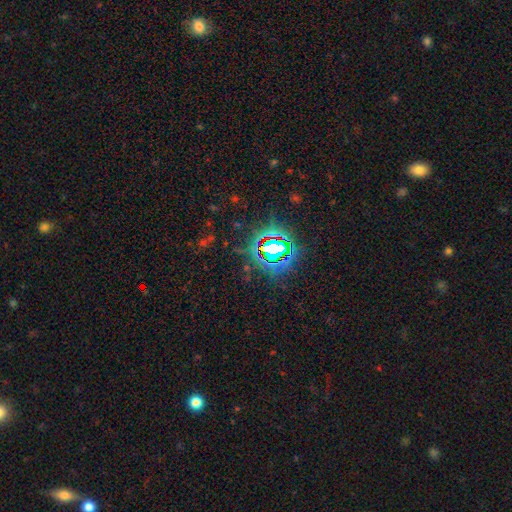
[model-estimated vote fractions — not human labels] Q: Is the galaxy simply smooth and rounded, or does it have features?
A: star or artifact — 81%.